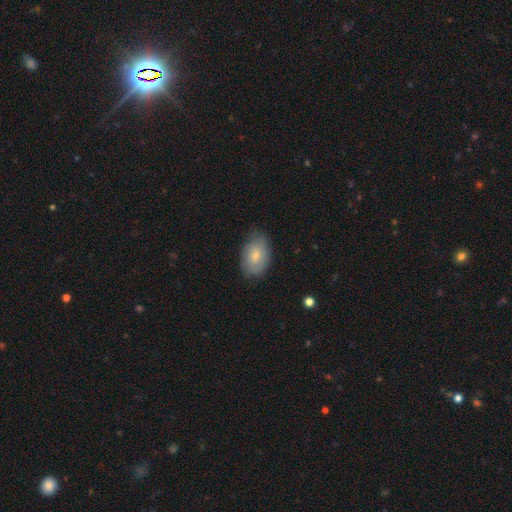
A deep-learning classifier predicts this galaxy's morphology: Smooth or featured? Predicted: smooth (p=0.74). How rounded? Predicted: in between (p=0.88). Merging? Predicted: none (p=0.74).